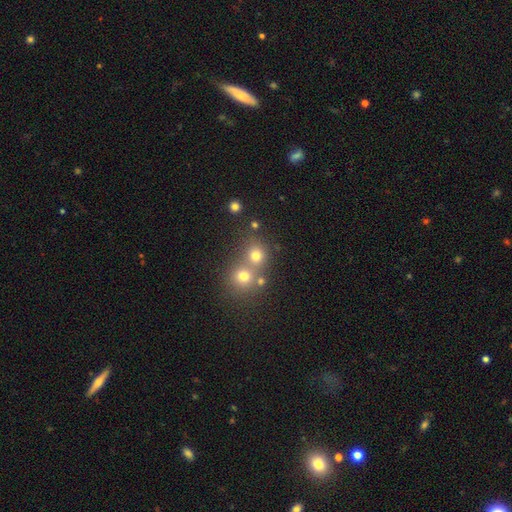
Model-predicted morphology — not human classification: A smooth galaxy with no disk features (73%) that is round (84%).

Vote fractions:
- Smooth or featured? smooth: 73% / star or artifact: 17% / featured or disk: 10%
- How rounded? round: 84% / in between: 15% / cigar-shaped: 1%
- Merging? none: 51% / merger: 39% / minor disturbance: 7% / major disturbance: 3%